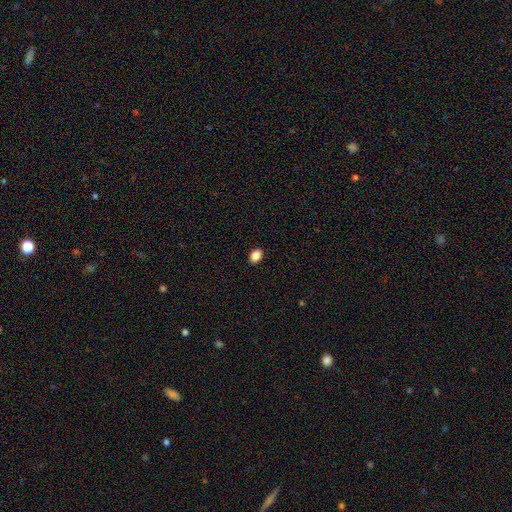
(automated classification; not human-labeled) The model was most divided on "how rounded": in between: 73%, round: 26%, cigar-shaped: 1%. More confident: merging — none (91%); smooth or featured — smooth (87%).